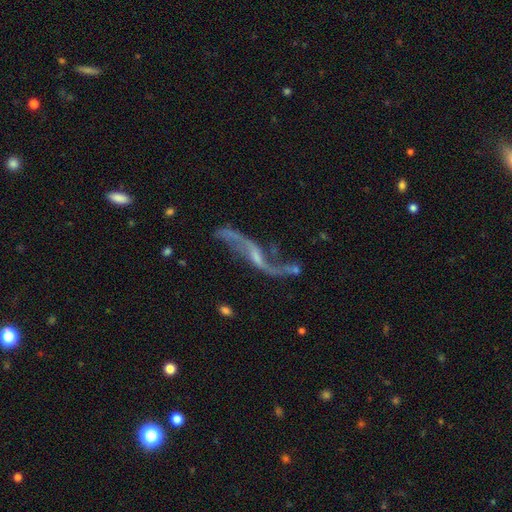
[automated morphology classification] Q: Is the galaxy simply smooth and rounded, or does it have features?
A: featured or disk — 88%.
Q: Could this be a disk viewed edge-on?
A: no — 89%.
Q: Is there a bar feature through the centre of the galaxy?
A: weak — 43%.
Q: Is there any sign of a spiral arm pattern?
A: yes — 91%.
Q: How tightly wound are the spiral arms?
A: loose — 94%.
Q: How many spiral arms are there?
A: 2 — 92%.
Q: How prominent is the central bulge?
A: small — 49%.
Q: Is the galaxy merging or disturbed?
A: none — 55%.